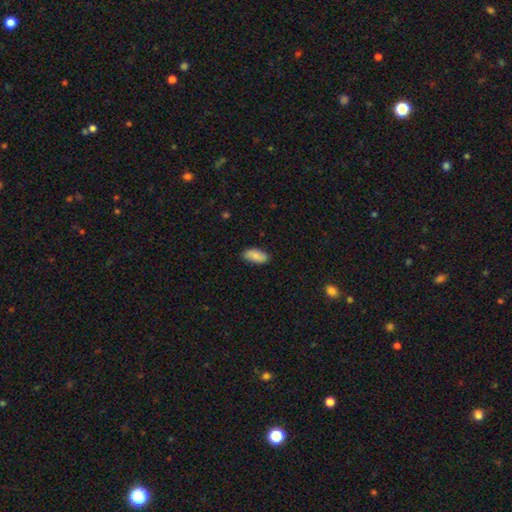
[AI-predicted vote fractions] Overall: smooth (86%). How rounded: in between (90%). Merging: none (85%).